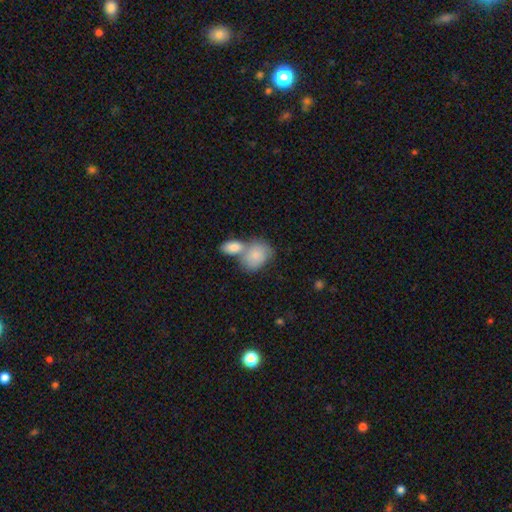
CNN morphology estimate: Smooth or featured?
  - smooth: 79% *
  - featured or disk: 16%
  - star or artifact: 6%
How rounded?
  - in between: 73% *
  - round: 26%
  - cigar-shaped: 1%
Merging?
  - merger: 55% *
  - none: 29%
  - minor disturbance: 12%
  - major disturbance: 5%